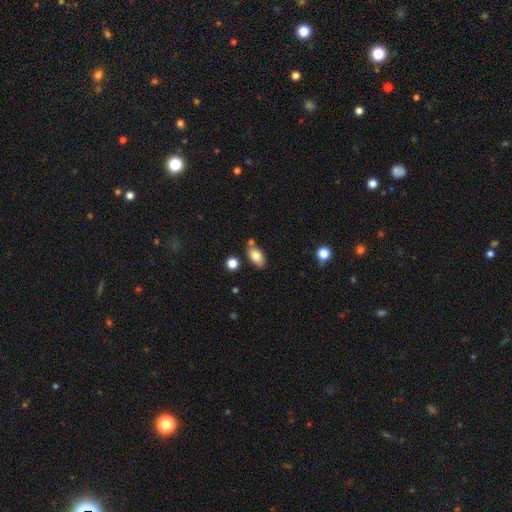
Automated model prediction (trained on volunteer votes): Q: Smooth or featured?
A: smooth (80%); runner-up: featured or disk (12%)
Q: How rounded?
A: in between (89%); runner-up: round (7%)
Q: Merging?
A: none (71%); runner-up: minor disturbance (15%)